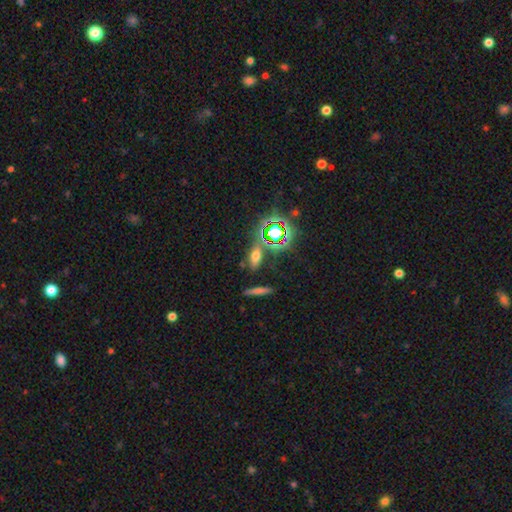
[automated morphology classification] Overall: smooth (50%; star or artifact 33%). Merging: none (76%).